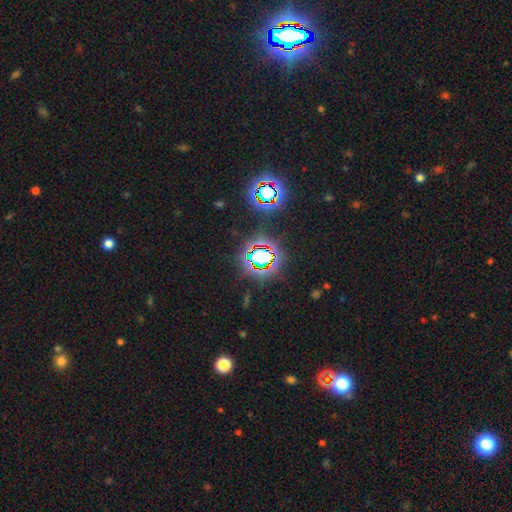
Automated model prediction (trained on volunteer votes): smooth_or_featured: star or artifact (p=0.79) [alt: smooth p=0.13]